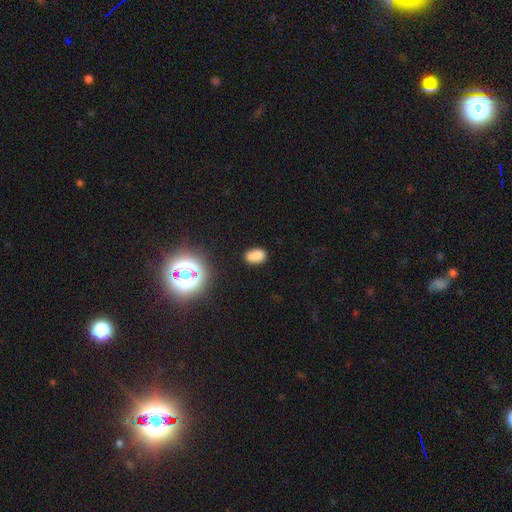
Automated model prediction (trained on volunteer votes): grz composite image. It shows a smooth galaxy with no disk features (77%) that is in between round and cigar-shaped (84%). Merging: none (68%).